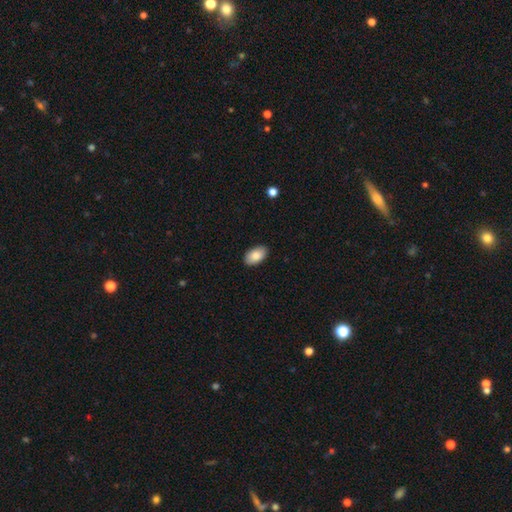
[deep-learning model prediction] smooth 86%, featured or disk 7%, star or artifact 6%. Down the decision tree: how rounded — in between (95%); merging — none (89%).